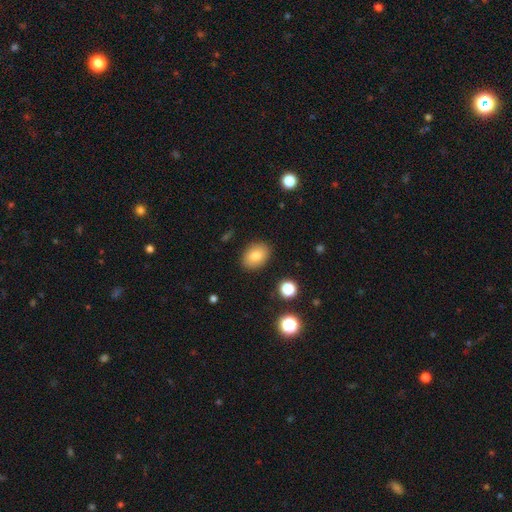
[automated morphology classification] Smooth or featured? smooth (81%)
How rounded? in between (76%)
Merging? none (87%)